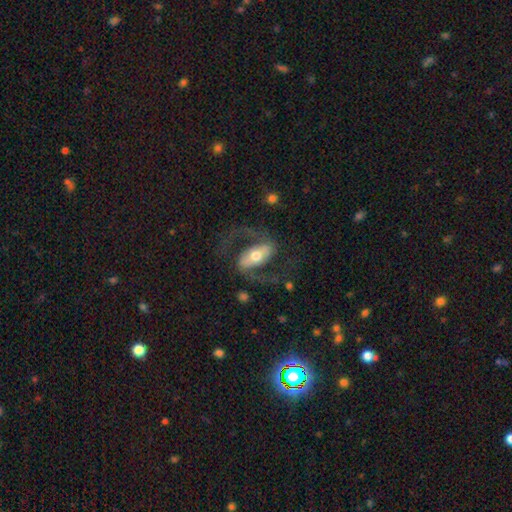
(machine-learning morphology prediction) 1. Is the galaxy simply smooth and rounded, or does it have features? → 81% featured or disk, 14% smooth, 5% star or artifact.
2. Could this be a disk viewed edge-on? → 93% no, 7% yes.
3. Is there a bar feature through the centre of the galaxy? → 52% strong, 29% weak, 19% no.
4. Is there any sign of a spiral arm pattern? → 89% yes, 11% no.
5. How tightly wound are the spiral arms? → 46% loose, 44% medium, 10% tight.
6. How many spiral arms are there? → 92% 2, 3% can't tell, 2% 1, 1% 3, 1% 4, 1% more than 4.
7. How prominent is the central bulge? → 67% moderate, 18% small, 12% large, 2% dominant, 1% none.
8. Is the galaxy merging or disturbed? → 67% none, 18% major disturbance, 13% minor disturbance, 2% merger.